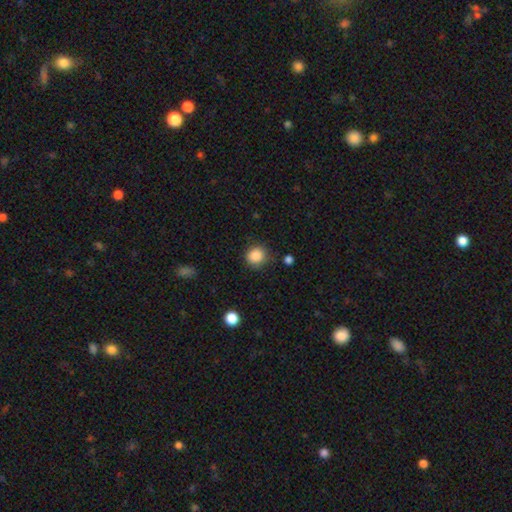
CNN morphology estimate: smooth_or_featured: smooth (p=0.87) [alt: star or artifact p=0.10]
how_rounded: round (p=0.87) [alt: in between p=0.12]
merging: none (p=0.82) [alt: minor disturbance p=0.12]